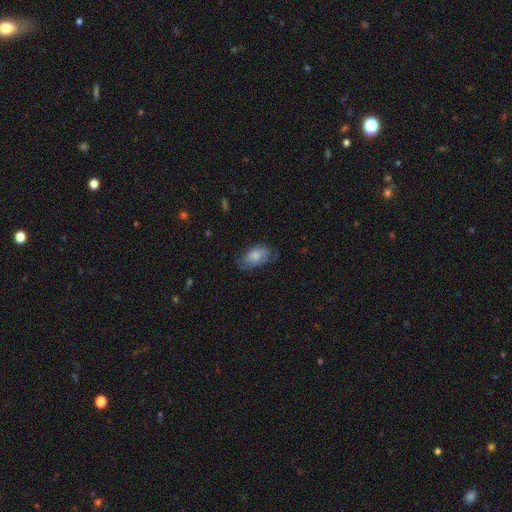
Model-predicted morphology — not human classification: Overall: smooth (72%). How rounded: in between (91%). Merging: none (57%; minor disturbance 30%).